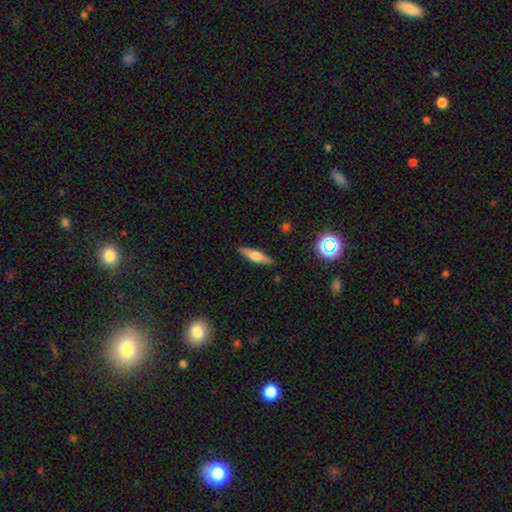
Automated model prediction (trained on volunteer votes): Q: Smooth or featured?
A: smooth (52%); runner-up: featured or disk (40%)
Q: How rounded?
A: cigar-shaped (70%); runner-up: in between (28%)
Q: Merging?
A: none (87%); runner-up: minor disturbance (9%)